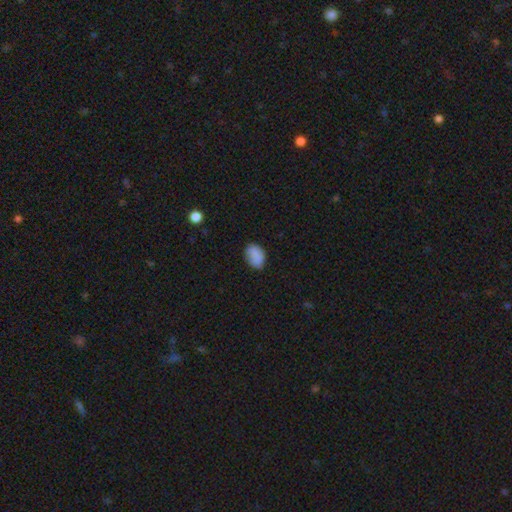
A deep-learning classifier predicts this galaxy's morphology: Q: Smooth or featured?
A: smooth (84%); runner-up: star or artifact (9%)
Q: How rounded?
A: in between (83%); runner-up: round (16%)
Q: Merging?
A: none (74%); runner-up: minor disturbance (20%)